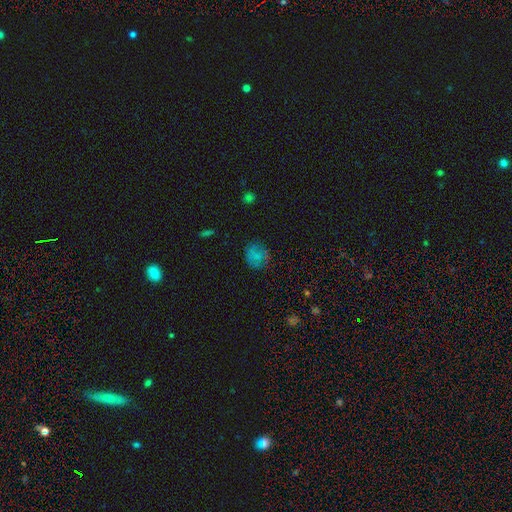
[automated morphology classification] A smooth galaxy with no disk features (70%) that is round (74%). Merging: none (72%).